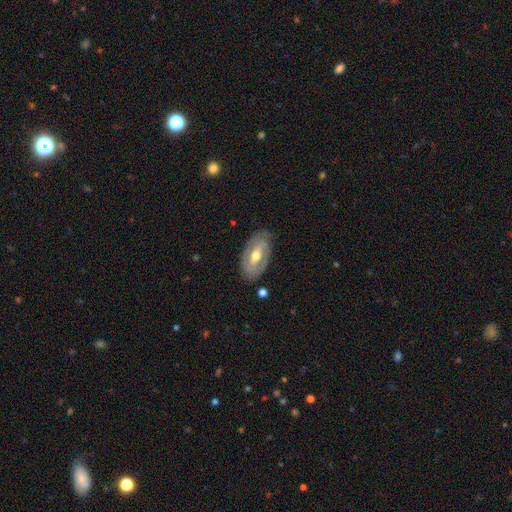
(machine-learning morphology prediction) The model was most divided on "bar": strong: 39%, weak: 37%, no: 24%. More confident: edge-on disk — no (90%); merging — none (80%); smooth or featured — featured or disk (71%); bulge size — moderate (71%); spiral arms — yes (64%).